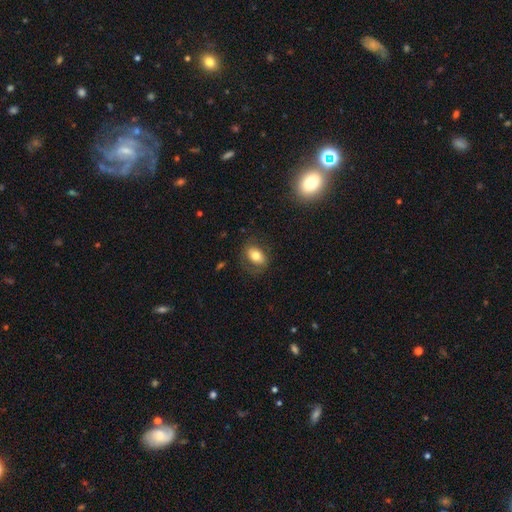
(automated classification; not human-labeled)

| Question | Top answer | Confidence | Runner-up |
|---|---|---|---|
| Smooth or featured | smooth | 73% | featured or disk (18%) |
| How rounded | in between | 79% | round (19%) |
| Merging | none | 74% | minor disturbance (17%) |